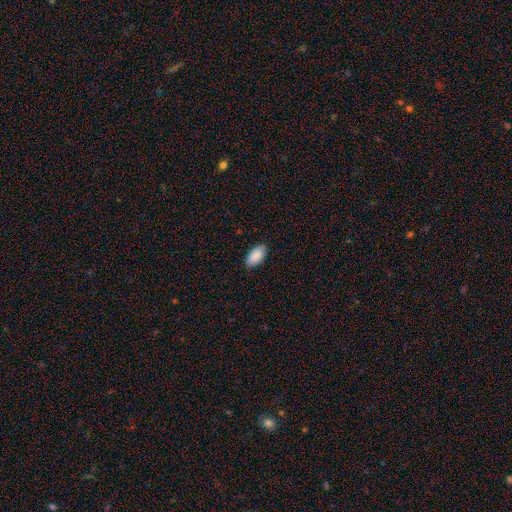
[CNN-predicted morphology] A smooth galaxy with no disk features (89%) that is in between round and cigar-shaped (95%). Merging: none (85%).